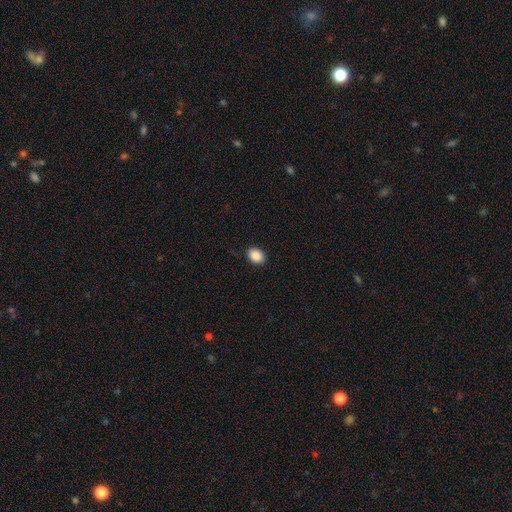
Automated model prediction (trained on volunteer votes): Smooth or featured? Predicted: smooth (p=0.89). How rounded? Predicted: in between (p=0.71). Merging? Predicted: none (p=0.89).